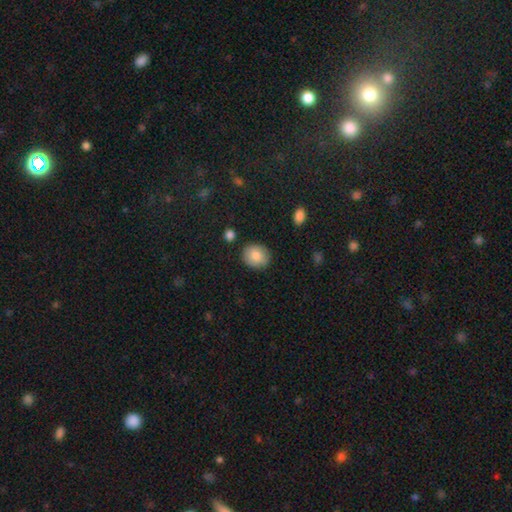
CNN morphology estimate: This appears to be a smooth galaxy with no disk features (84%) that is round (66%). Merging: none (86%).